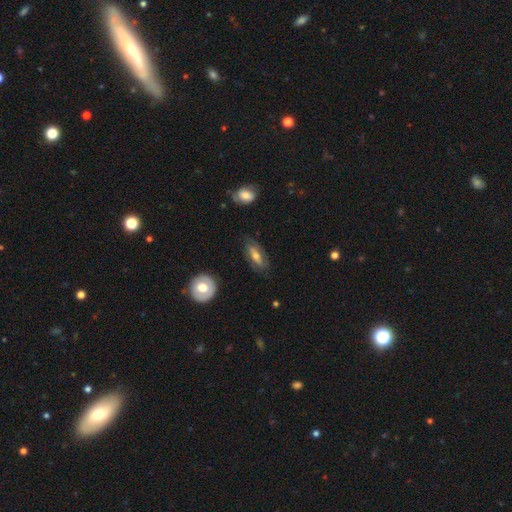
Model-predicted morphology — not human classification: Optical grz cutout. It shows a featured or disk galaxy (48%). Merging: none (74%).